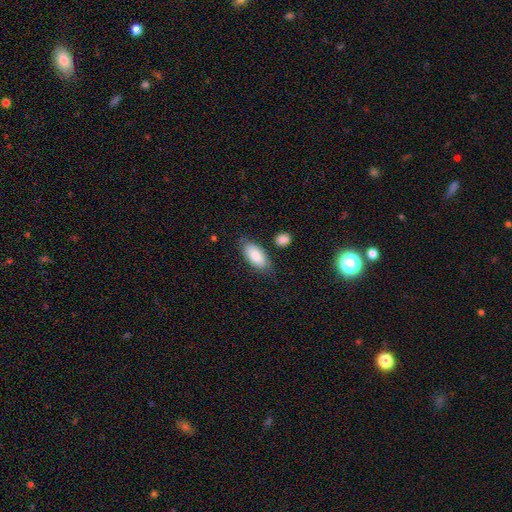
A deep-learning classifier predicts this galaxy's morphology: Smooth or featured?
  - smooth: 84% *
  - featured or disk: 10%
  - star or artifact: 6%
How rounded?
  - in between: 88% *
  - cigar-shaped: 10%
  - round: 2%
Merging?
  - none: 76% *
  - minor disturbance: 16%
  - merger: 4%
  - major disturbance: 4%